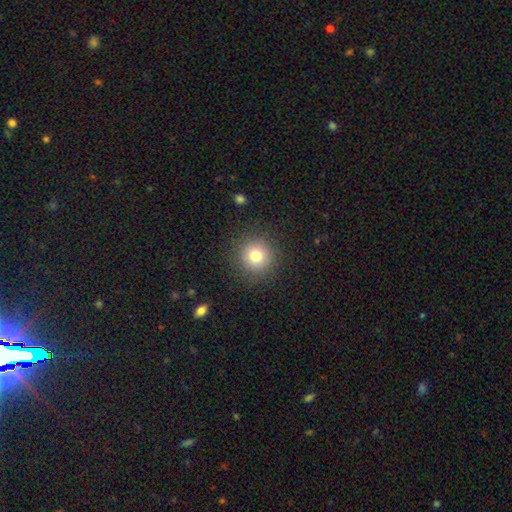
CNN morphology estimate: smooth_or_featured: smooth (p=0.78) [alt: star or artifact p=0.13]
how_rounded: round (p=0.94) [alt: in between p=0.05]
merging: none (p=0.89) [alt: minor disturbance p=0.07]